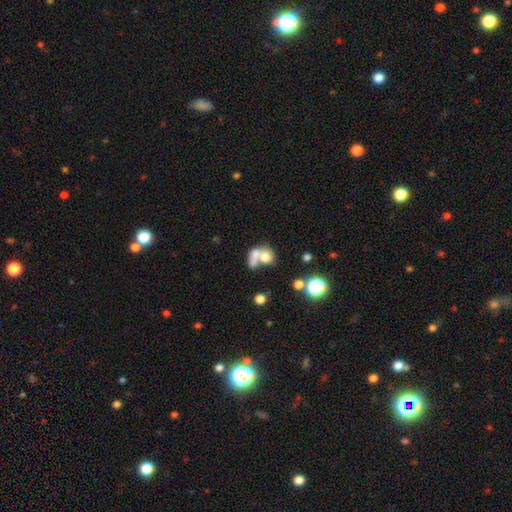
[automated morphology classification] Smooth or featured? Predicted: smooth (p=0.64). How rounded? Predicted: round (p=0.50). Merging? Predicted: merger (p=0.66).